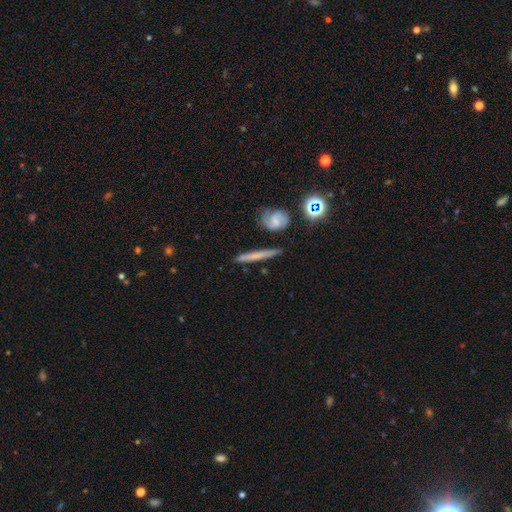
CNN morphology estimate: A smooth galaxy with no disk features (47%). Merging: none (80%).